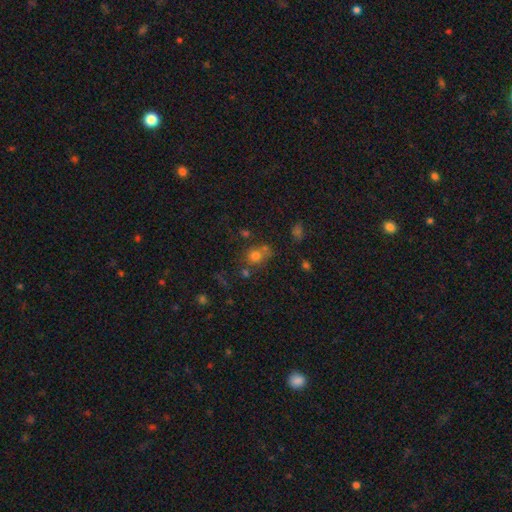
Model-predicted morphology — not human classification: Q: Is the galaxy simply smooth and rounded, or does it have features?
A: smooth — 71%.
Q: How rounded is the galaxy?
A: round — 74%.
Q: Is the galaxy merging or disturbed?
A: none — 55%.